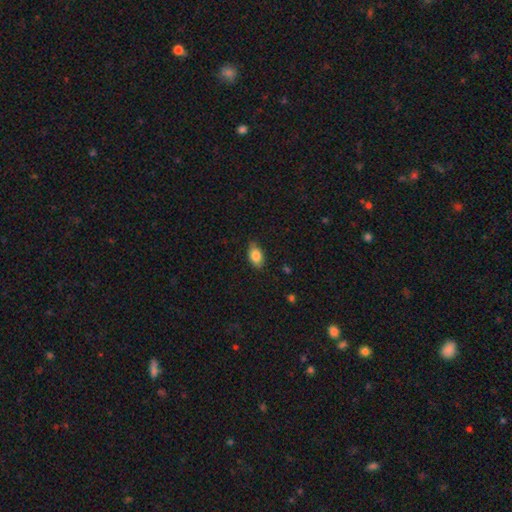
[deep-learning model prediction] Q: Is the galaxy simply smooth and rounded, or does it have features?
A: smooth — 84%.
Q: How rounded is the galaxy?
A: in between — 90%.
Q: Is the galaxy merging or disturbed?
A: none — 78%.